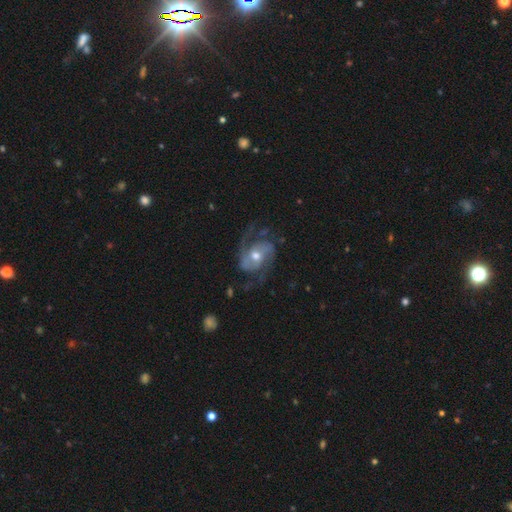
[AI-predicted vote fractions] Smooth or featured: featured or disk — 89% (smooth — 6%)
Edge-on disk: no — 97% (yes — 3%)
Bar: no — 51% (weak — 36%)
Spiral arms: yes — 97% (no — 3%)
Spiral winding: medium — 53% (loose — 29%)
Spiral arm count: 2 — 83% (3 — 7%)
Bulge size: moderate — 70% (small — 22%)
Merging: none — 66% (minor disturbance — 18%)